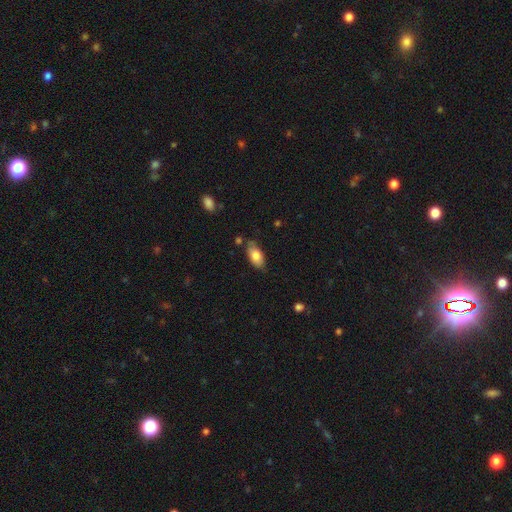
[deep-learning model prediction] A smooth galaxy with no disk features (79%) that is in between round and cigar-shaped (91%). Merging: none (74%).